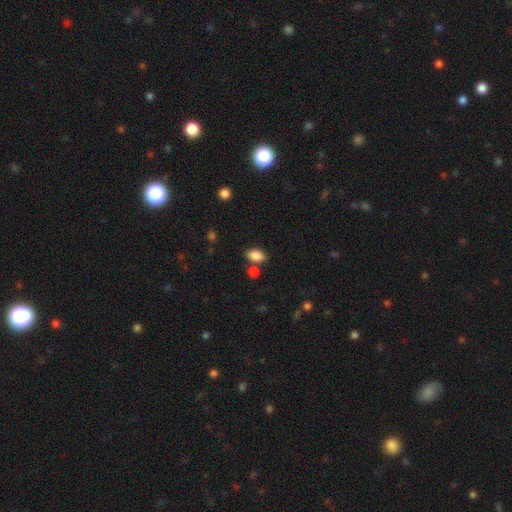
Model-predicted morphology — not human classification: smooth-or-featured: smooth: 86% | star or artifact: 9% | featured or disk: 5%
  how-rounded: in between: 88% | round: 11% | cigar-shaped: 2%
  merging: none: 69% | merger: 14% | minor disturbance: 13% | major disturbance: 4%